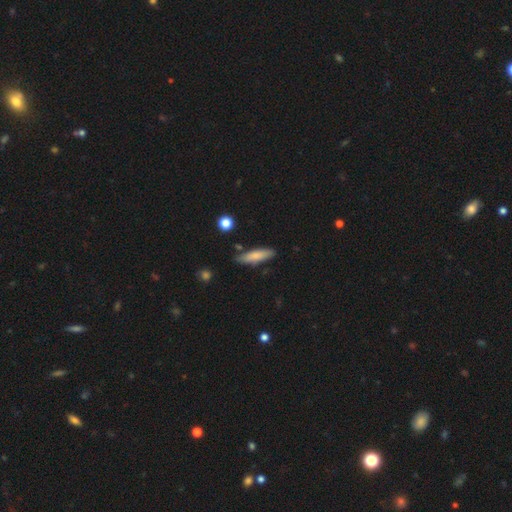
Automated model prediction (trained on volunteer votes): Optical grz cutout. It shows a smooth galaxy with no disk features (78%) that is cigar-shaped (71%). Merging: none (83%).